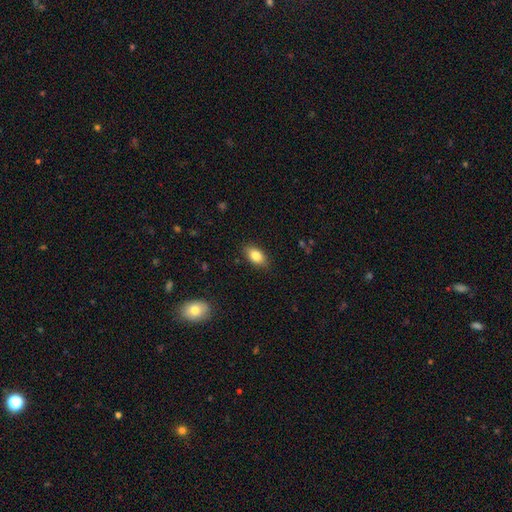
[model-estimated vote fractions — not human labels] Smooth or featured?
  - smooth: 83% *
  - featured or disk: 9%
  - star or artifact: 8%
How rounded?
  - in between: 89% *
  - round: 7%
  - cigar-shaped: 4%
Merging?
  - none: 85% *
  - minor disturbance: 11%
  - major disturbance: 2%
  - merger: 1%